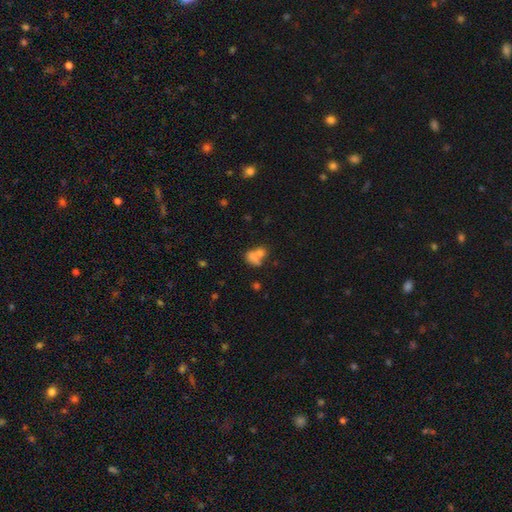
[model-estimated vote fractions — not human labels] Smooth or featured? smooth (71%)
How rounded? in between (62%)
Merging? merger (54%)